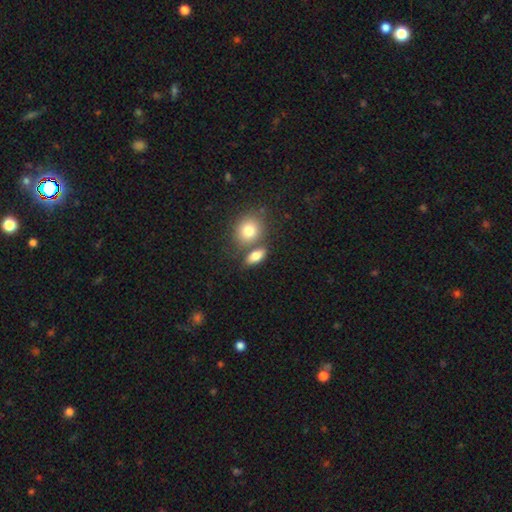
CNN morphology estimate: Smooth or featured? Predicted: smooth (p=0.80). How rounded? Predicted: in between (p=0.74). Merging? Predicted: none (p=0.57).